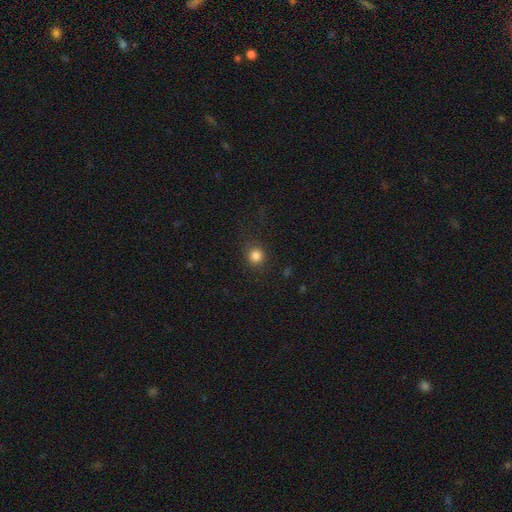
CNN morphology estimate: smooth_or_featured: smooth (p=0.84) [alt: star or artifact p=0.11]
how_rounded: round (p=0.89) [alt: in between p=0.10]
merging: none (p=0.86) [alt: minor disturbance p=0.09]